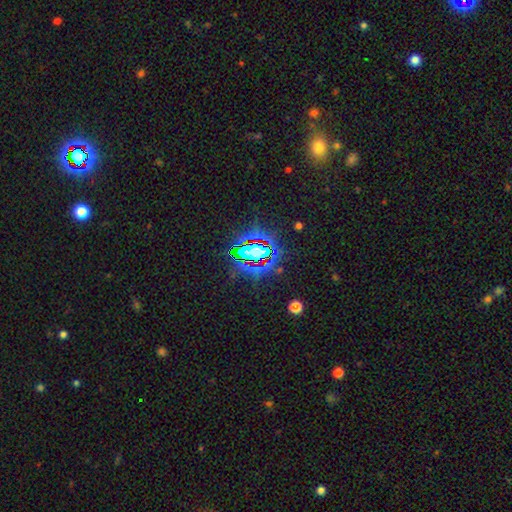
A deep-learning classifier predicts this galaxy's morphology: Smooth or featured?
  - star or artifact: 74% *
  - smooth: 15%
  - featured or disk: 11%